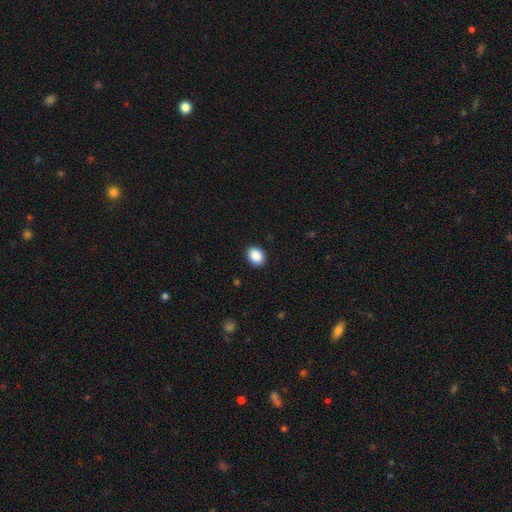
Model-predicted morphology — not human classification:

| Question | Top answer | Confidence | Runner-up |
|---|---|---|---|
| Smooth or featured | smooth | 89% | star or artifact (8%) |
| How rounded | in between | 62% | round (37%) |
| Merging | none | 91% | minor disturbance (7%) |